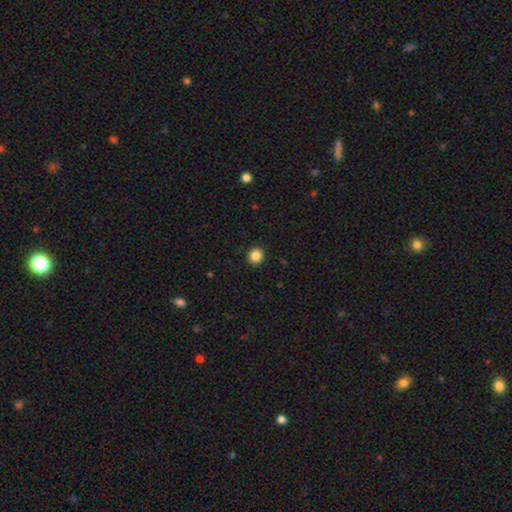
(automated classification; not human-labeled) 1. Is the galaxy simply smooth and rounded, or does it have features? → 87% smooth, 10% star or artifact, 3% featured or disk.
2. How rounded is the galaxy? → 85% round, 14% in between, 1% cigar-shaped.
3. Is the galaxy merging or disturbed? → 92% none, 6% minor disturbance, 2% major disturbance, 1% merger.